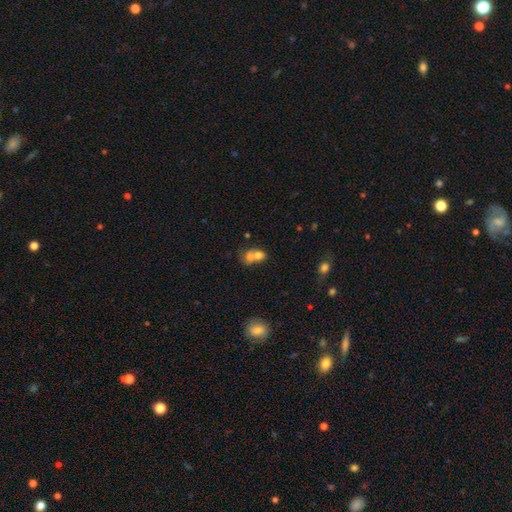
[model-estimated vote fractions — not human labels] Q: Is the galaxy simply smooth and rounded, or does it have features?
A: smooth — 69%.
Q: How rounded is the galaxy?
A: in between — 50%.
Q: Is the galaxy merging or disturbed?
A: merger — 71%.